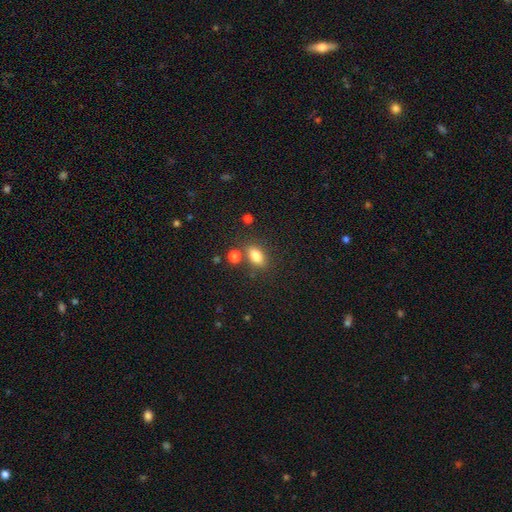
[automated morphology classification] smooth-or-featured: smooth: 83% | star or artifact: 10% | featured or disk: 7%
  how-rounded: in between: 85% | round: 12% | cigar-shaped: 4%
  merging: none: 72% | merger: 12% | minor disturbance: 12% | major disturbance: 4%